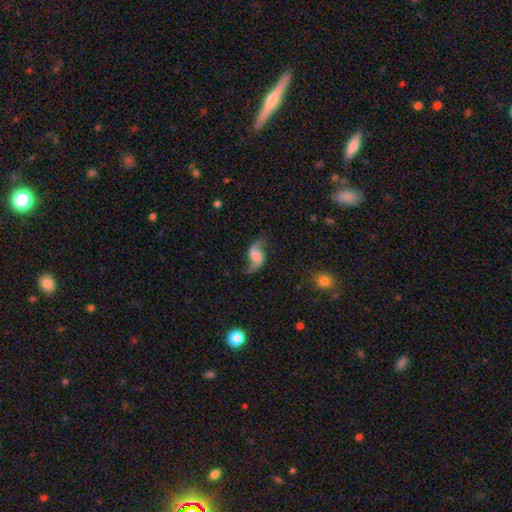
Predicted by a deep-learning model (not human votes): This appears to be a featured or disk galaxy (79%) with no bar (46%), 2 (93%) loose (85%) spiral arms (95%) and a moderate central bulge (30%). Merging: none (72%).